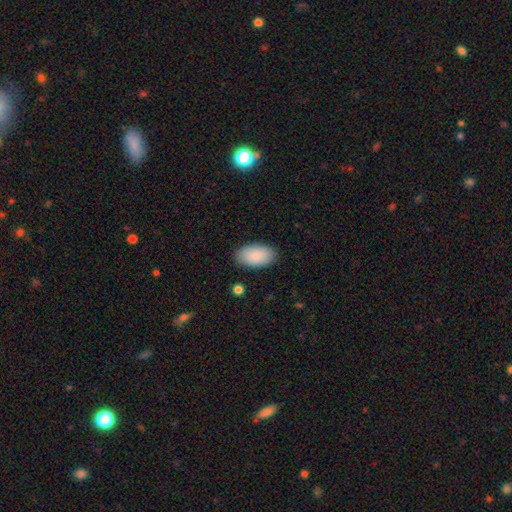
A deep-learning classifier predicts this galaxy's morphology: Overall: smooth (88%). How rounded: in between (96%). Merging: none (87%).